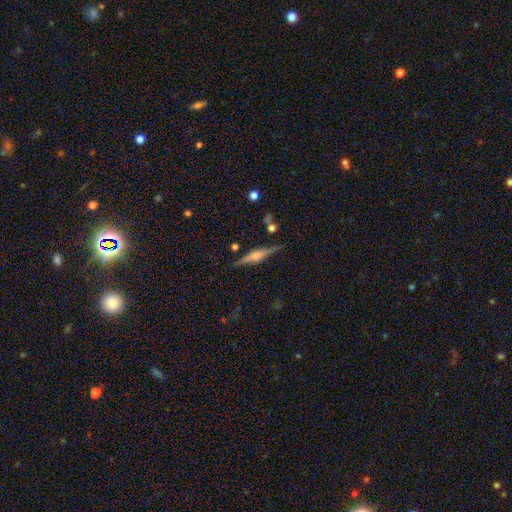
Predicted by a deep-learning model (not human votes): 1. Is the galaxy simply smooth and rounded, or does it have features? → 73% featured or disk, 20% smooth, 7% star or artifact.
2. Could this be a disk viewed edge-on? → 97% yes, 3% no.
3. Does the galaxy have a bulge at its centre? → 73% rounded, 20% boxy, 8% none.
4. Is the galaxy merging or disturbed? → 85% none, 10% minor disturbance, 3% merger, 2% major disturbance.